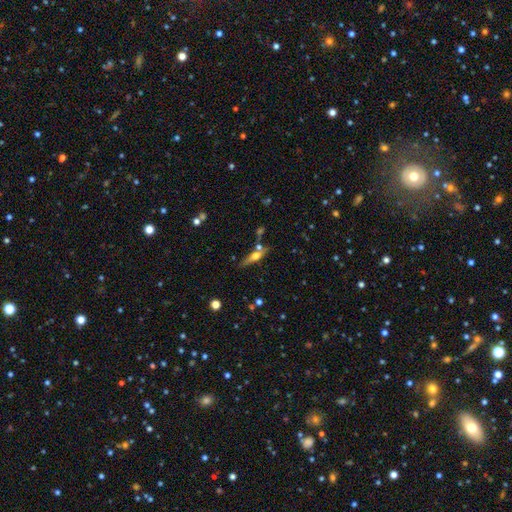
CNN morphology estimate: Smooth or featured?
  - featured or disk: 56% *
  - smooth: 35%
  - star or artifact: 9%
Edge-on disk?
  - yes: 89% *
  - no: 11%
Edge-on bulge?
  - rounded: 90% *
  - boxy: 5%
  - none: 4%
Merging?
  - none: 66% *
  - merger: 15%
  - minor disturbance: 14%
  - major disturbance: 5%